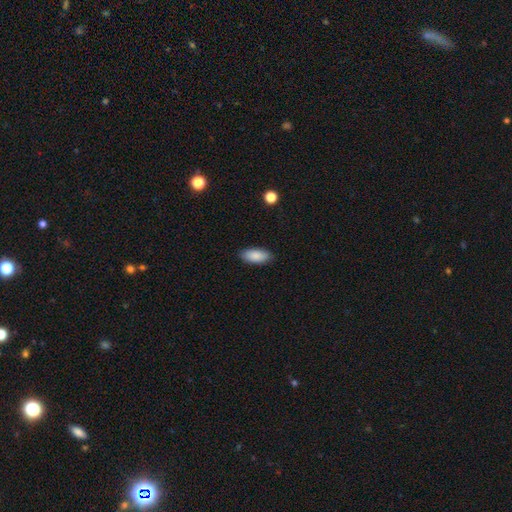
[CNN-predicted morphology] This is clearly a smooth galaxy (89%). How rounded: clearly in between (88%). Merging: clearly none (87%).